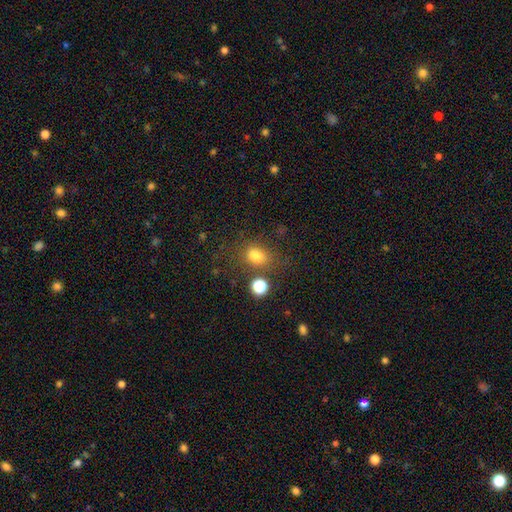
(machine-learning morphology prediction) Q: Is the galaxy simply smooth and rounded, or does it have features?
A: smooth — 77%.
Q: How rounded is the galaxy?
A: in between — 67%.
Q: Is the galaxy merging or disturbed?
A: none — 64%.